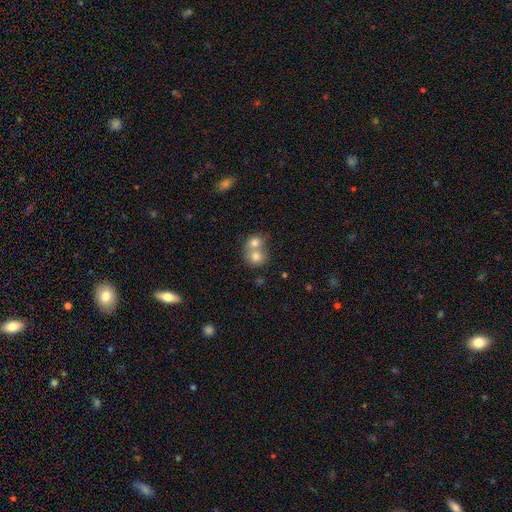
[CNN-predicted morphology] This appears to be a smooth galaxy with no disk features (74%) that is round (75%). Merging: merger (68%).